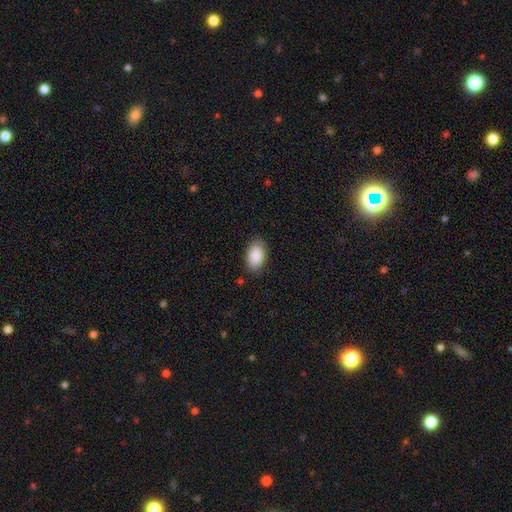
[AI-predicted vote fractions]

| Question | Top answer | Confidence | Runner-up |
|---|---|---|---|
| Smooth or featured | smooth | 89% | star or artifact (6%) |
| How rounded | in between | 93% | round (6%) |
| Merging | none | 85% | minor disturbance (11%) |